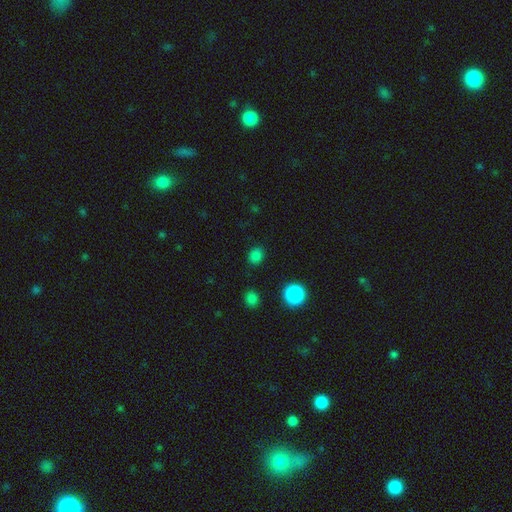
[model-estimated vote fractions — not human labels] smooth-or-featured: smooth: 81% | star or artifact: 16% | featured or disk: 3%
  how-rounded: round: 71% | in between: 28% | cigar-shaped: 1%
  merging: none: 88% | minor disturbance: 8% | major disturbance: 3% | merger: 2%